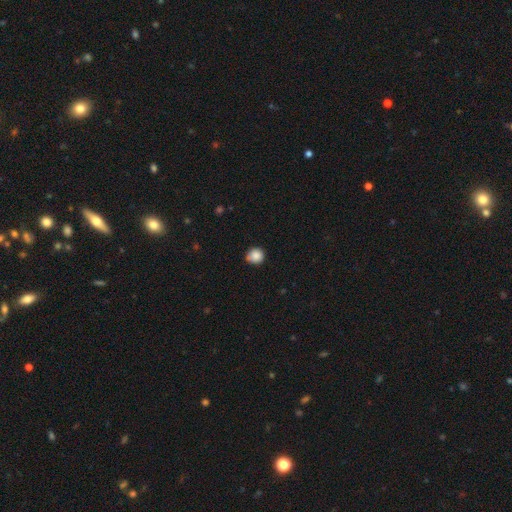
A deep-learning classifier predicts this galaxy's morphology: This appears to be a smooth galaxy with no disk features (86%) that is round (89%). Merging: none (78%).